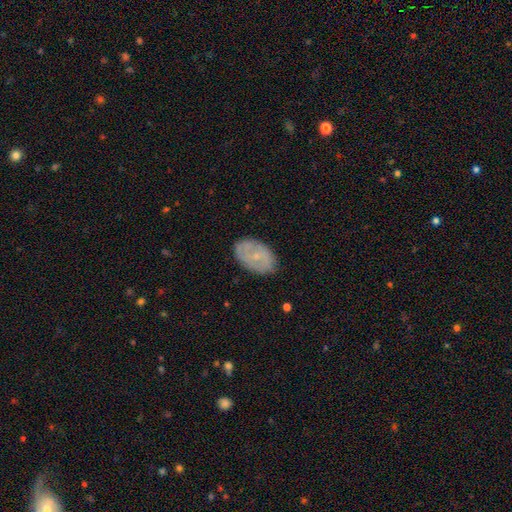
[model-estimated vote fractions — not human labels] The model was most divided on "smooth or featured": smooth: 51%, featured or disk: 41%, star or artifact: 8%. More confident: how rounded — in between (89%); merging — none (81%).